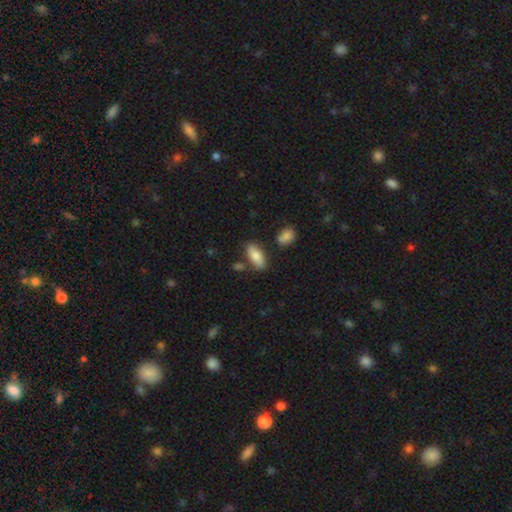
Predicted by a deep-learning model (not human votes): The model was most divided on "smooth or featured": smooth: 77%, featured or disk: 16%, star or artifact: 7%. More confident: how rounded — in between (85%); merging — none (76%).